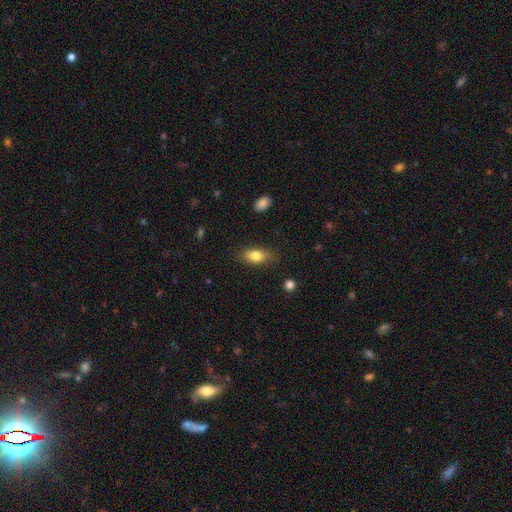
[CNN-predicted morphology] Smooth or featured? Predicted: smooth (p=0.80). How rounded? Predicted: in between (p=0.84). Merging? Predicted: none (p=0.83).